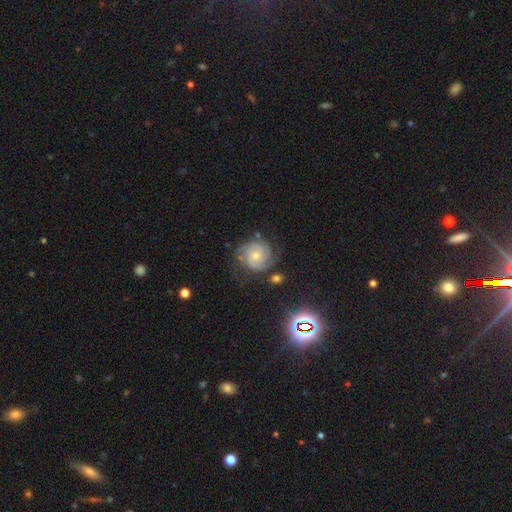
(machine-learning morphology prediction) smooth-or-featured: featured or disk: 81% | smooth: 11% | star or artifact: 7%
  disk-edge-on: no: 98% | yes: 2%
    bar: no: 69% | weak: 26% | strong: 4%
    has-spiral-arms: yes: 96% | no: 4%
      spiral-winding: tight: 62% | medium: 31% | loose: 7%
      spiral-arm-count: 2: 37% | 3: 29% | can't tell: 19% | 4: 7% | 1: 4% | more than 4: 4%
    bulge-size: small: 55% | moderate: 40% | none: 2% | large: 2% | dominant: 1%
  merging: none: 70% | minor disturbance: 19% | major disturbance: 8% | merger: 4%